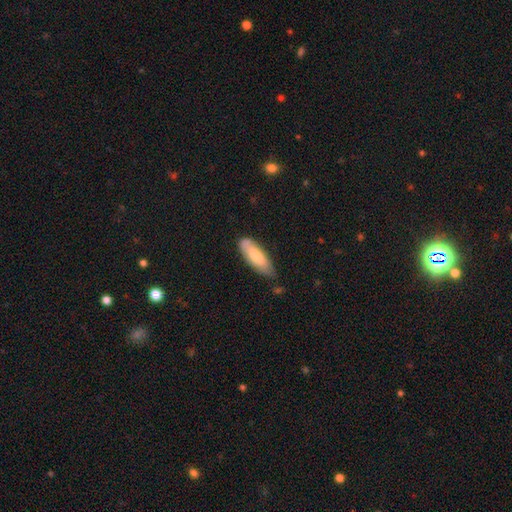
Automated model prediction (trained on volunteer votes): Overall: smooth (72%). How rounded: in between (65%; cigar-shaped 33%). Merging: none (67%).